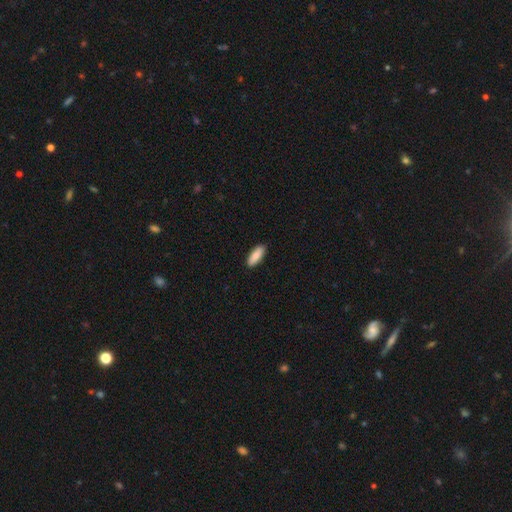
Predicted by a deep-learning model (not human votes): smooth_or_featured: smooth (p=0.85) [alt: featured or disk p=0.09]
how_rounded: in between (p=0.59) [alt: cigar-shaped p=0.39]
merging: none (p=0.90) [alt: minor disturbance p=0.07]